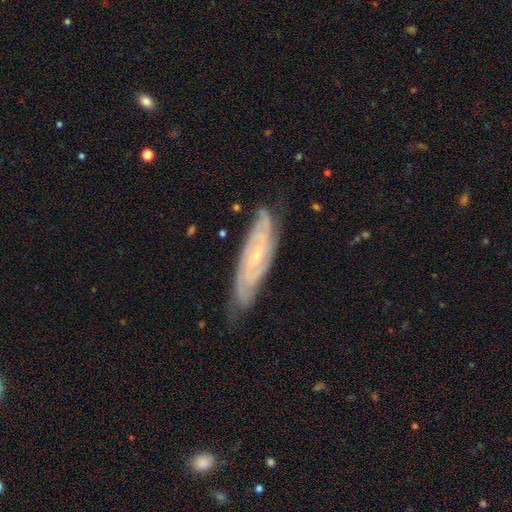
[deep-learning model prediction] Smooth or featured: featured or disk — 84% (smooth — 9%)
Edge-on disk: no — 83% (yes — 17%)
Bar: no — 61% (weak — 29%)
Spiral arms: yes — 96% (no — 4%)
Spiral winding: tight — 69% (medium — 26%)
Spiral arm count: can't tell — 30% (2 — 26%)
Bulge size: small — 77% (moderate — 19%)
Merging: none — 75% (minor disturbance — 20%)